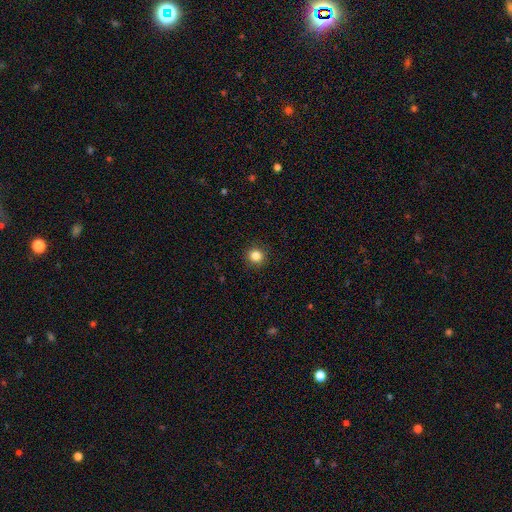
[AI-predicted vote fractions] This is clearly a smooth galaxy (85%). How rounded: clearly round (94%). Merging: clearly none (92%).